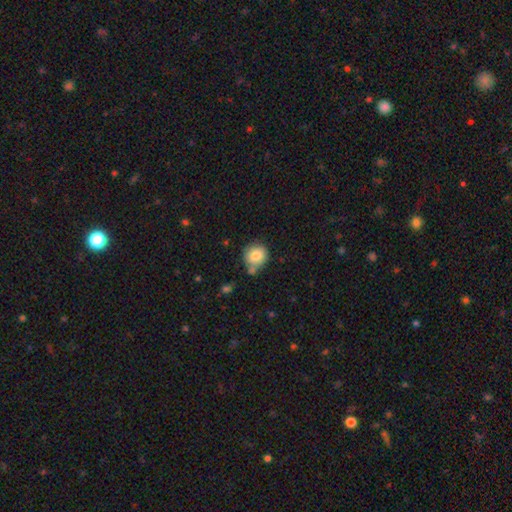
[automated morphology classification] A smooth galaxy with no disk features (82%) that is round (84%). Merging: none (60%).